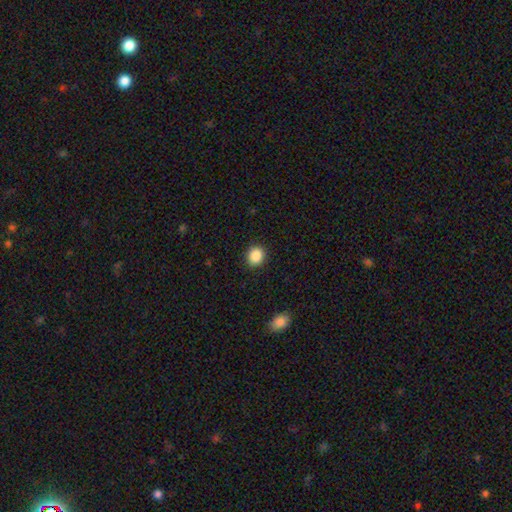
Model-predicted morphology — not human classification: Smooth or featured: smooth — 88% (star or artifact — 9%)
How rounded: round — 74% (in between — 25%)
Merging: none — 90% (minor disturbance — 7%)